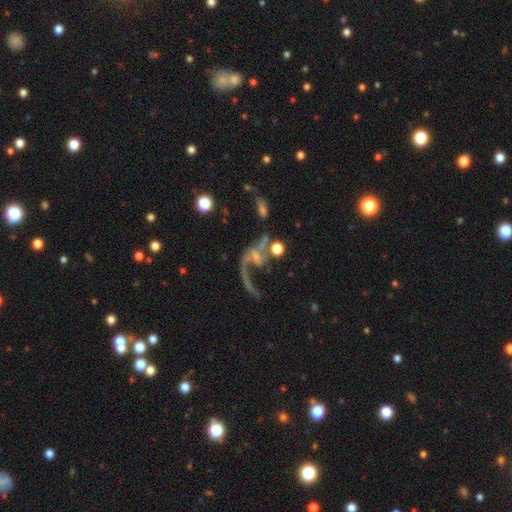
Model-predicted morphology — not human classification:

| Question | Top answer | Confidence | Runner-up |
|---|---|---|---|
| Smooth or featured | featured or disk | 74% | star or artifact (14%) |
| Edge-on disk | no | 95% | yes (5%) |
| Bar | no | 60% | weak (28%) |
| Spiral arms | yes | 81% | no (19%) |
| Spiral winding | loose | 84% | medium (12%) |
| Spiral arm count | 2 | 52% | 1 (40%) |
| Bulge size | small | 52% | none (26%) |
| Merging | major disturbance | 34% | none (32%) |